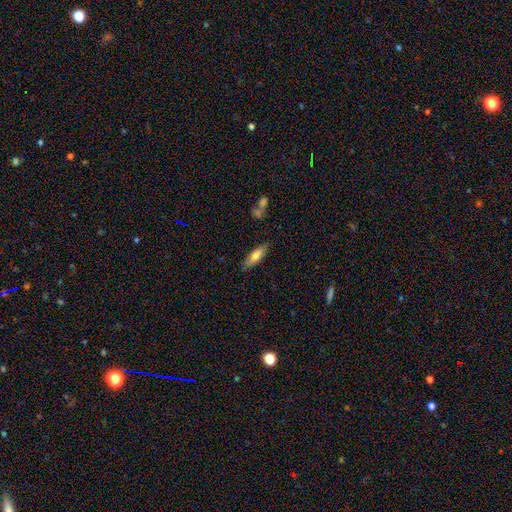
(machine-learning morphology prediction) This appears to be a smooth galaxy with no disk features (70%) that is in between round and cigar-shaped (49%, tied with cigar-shaped). Merging: none (82%).